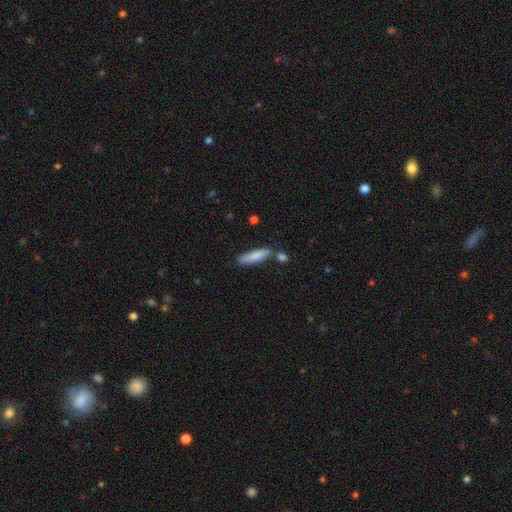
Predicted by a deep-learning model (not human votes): smooth_or_featured: smooth (p=0.79) [alt: featured or disk p=0.15]
how_rounded: cigar-shaped (p=0.77) [alt: in between p=0.22]
merging: none (p=0.69) [alt: minor disturbance p=0.16]